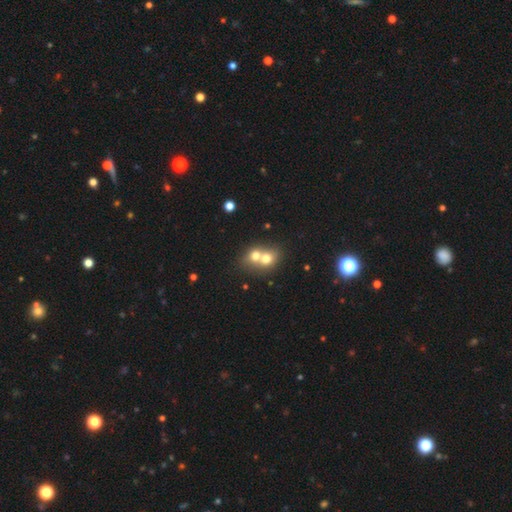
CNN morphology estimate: Smooth or featured? smooth (68%)
How rounded? round (60%)
Merging? merger (74%)